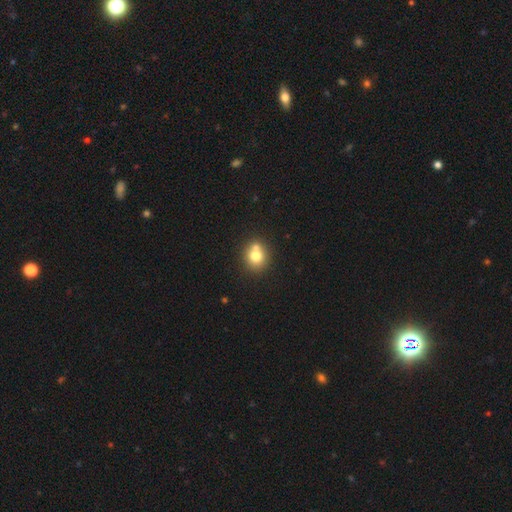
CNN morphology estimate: This appears to be a smooth galaxy with no disk features (74%) that is round (79%). Merging: none (57%).